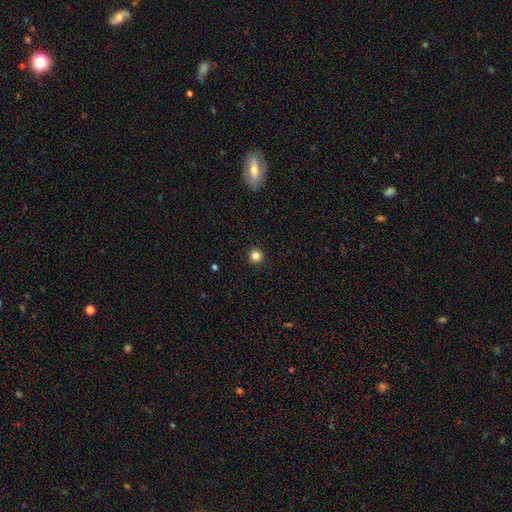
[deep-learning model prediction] Smooth or featured? smooth (83%)
How rounded? round (96%)
Merging? none (93%)